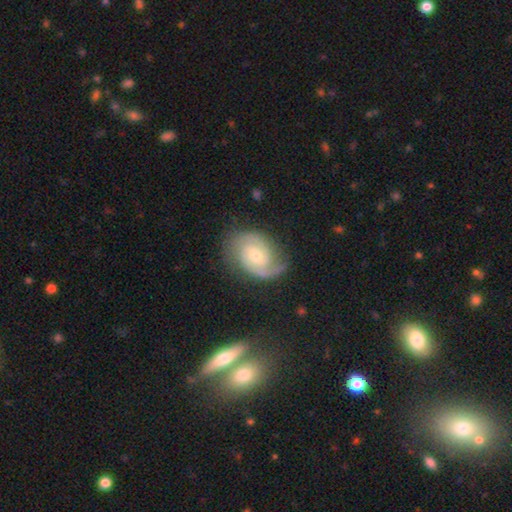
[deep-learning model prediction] This appears to be a featured or disk galaxy (87%) with no bar (58%), 2 (77%) tight (55%) spiral arms (97%) and a moderate central bulge (64%). Merging: none (76%).